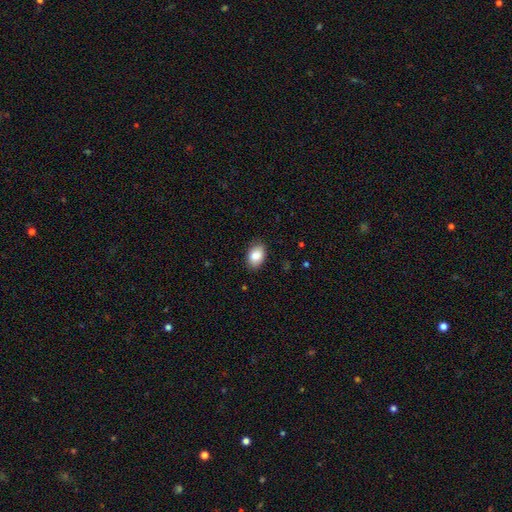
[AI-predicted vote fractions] A smooth galaxy with no disk features (85%) that is in between round and cigar-shaped (86%). Merging: none (86%).